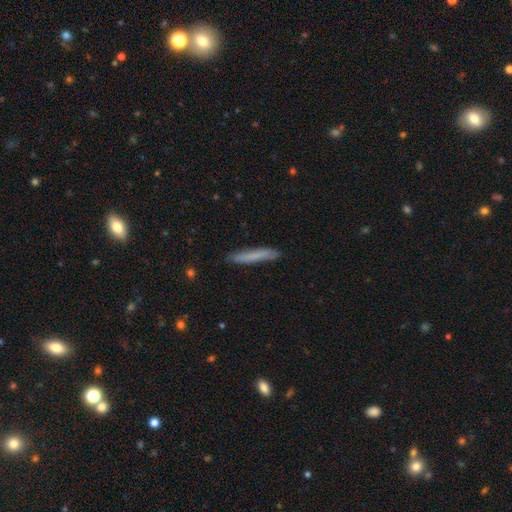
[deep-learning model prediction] smooth-or-featured: smooth: 76% | featured or disk: 18% | star or artifact: 6%
  how-rounded: cigar-shaped: 95% | in between: 4% | round: 1%
  merging: none: 87% | minor disturbance: 10% | major disturbance: 2% | merger: 1%